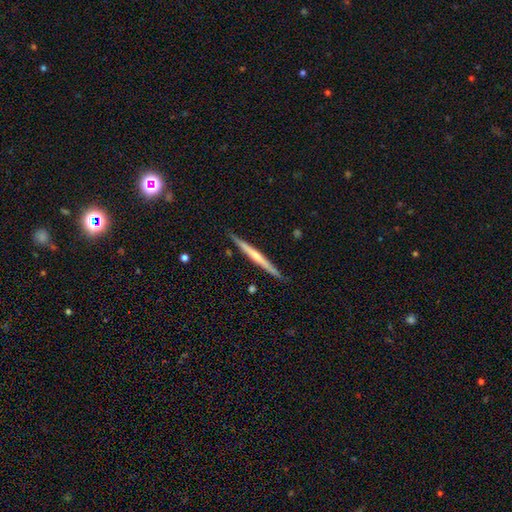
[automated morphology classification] type=featured or disk (55%); edge-on=yes (98%); edge-on bulge=none (63%); merging=none (89%).